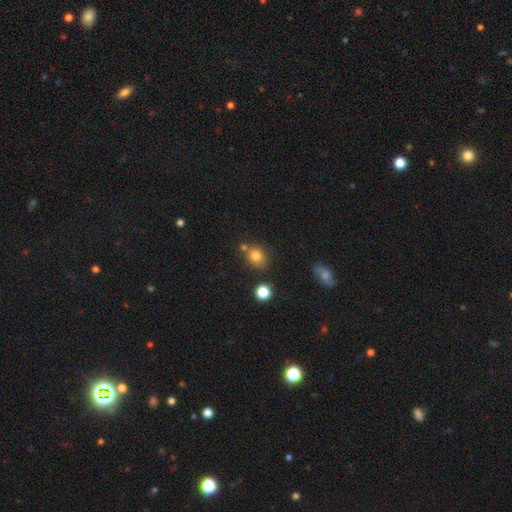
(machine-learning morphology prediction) This appears to be a smooth galaxy with no disk features (79%) that is round (61%). Merging: none (66%).